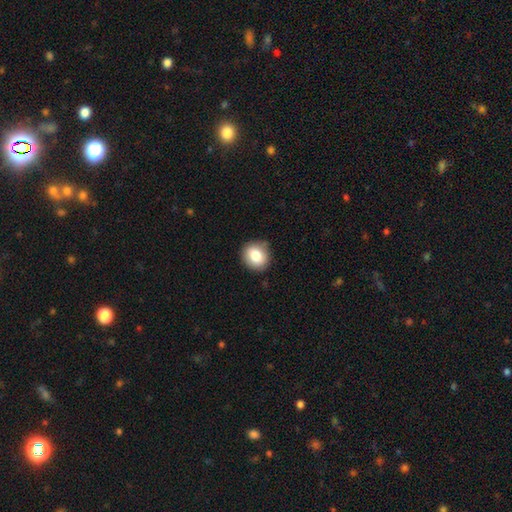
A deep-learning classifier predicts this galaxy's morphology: smooth 82%, featured or disk 9%, star or artifact 9%. Down the decision tree: how rounded — round (82%); merging — none (86%).